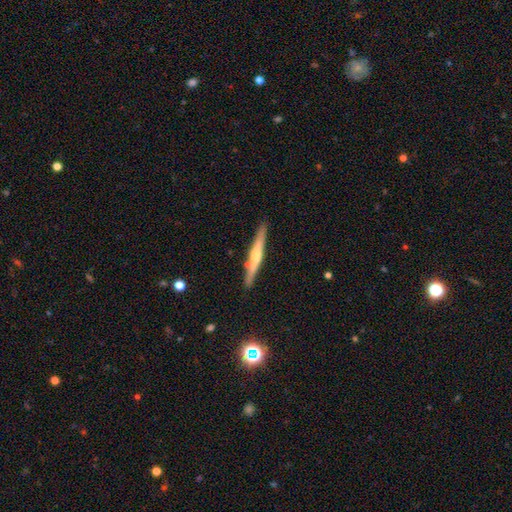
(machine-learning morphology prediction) A featured or disk galaxy (63%) viewed edge-on (97%) with a rounded central bulge (75%). Merging: none (86%).